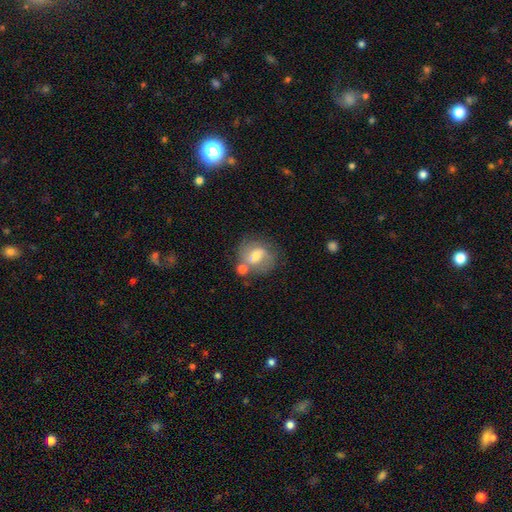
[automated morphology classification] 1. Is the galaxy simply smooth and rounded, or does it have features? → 45% smooth, 44% featured or disk, 10% star or artifact.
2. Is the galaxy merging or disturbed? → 59% none, 18% minor disturbance, 14% merger, 8% major disturbance.